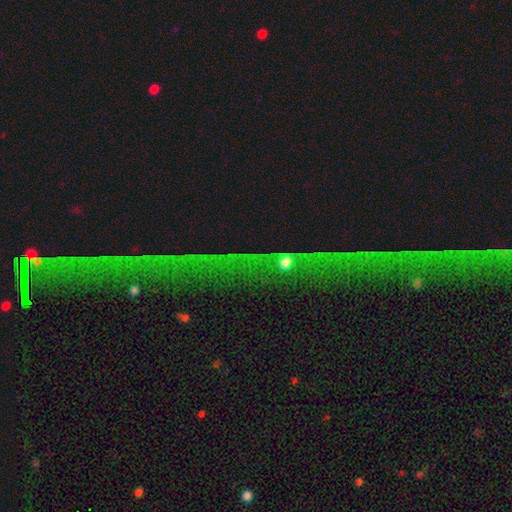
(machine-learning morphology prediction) A star or artifact, not a galaxy (65%).